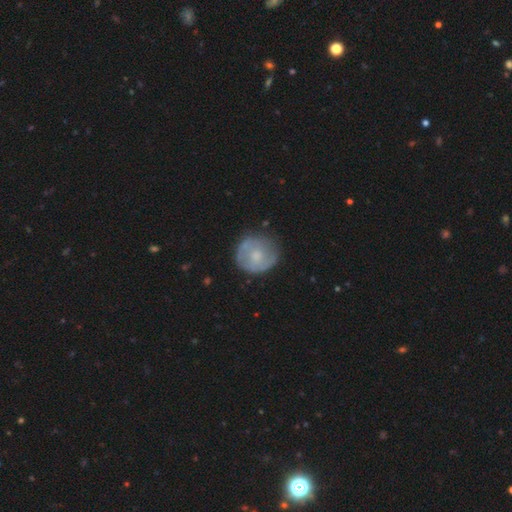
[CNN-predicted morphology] Smooth or featured? smooth (52%)
How rounded? round (89%)
Merging? none (72%)